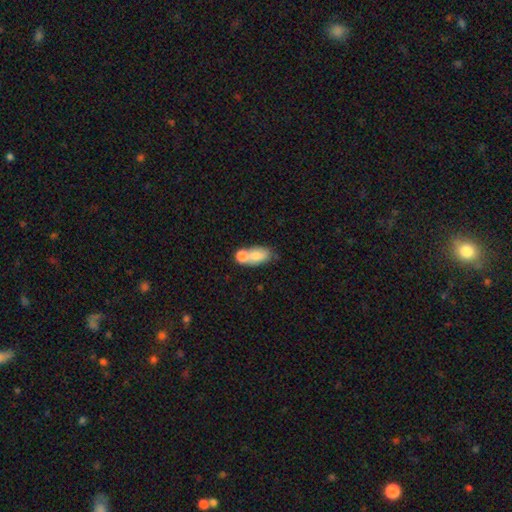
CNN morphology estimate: This appears to be a smooth galaxy with no disk features (76%) that is in between round and cigar-shaped (83%). Merging: merger (50%).